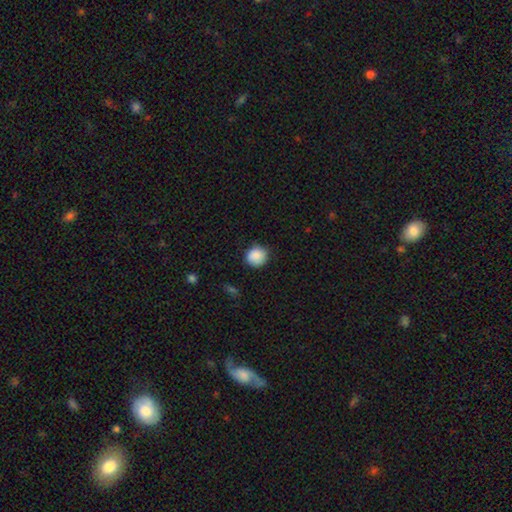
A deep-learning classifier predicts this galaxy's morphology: A smooth galaxy with no disk features (88%) that is round (88%).

Vote fractions:
- Smooth or featured? smooth: 88% / star or artifact: 8% / featured or disk: 4%
- How rounded? round: 88% / in between: 11% / cigar-shaped: 1%
- Merging? none: 82% / minor disturbance: 14% / major disturbance: 3% / merger: 1%